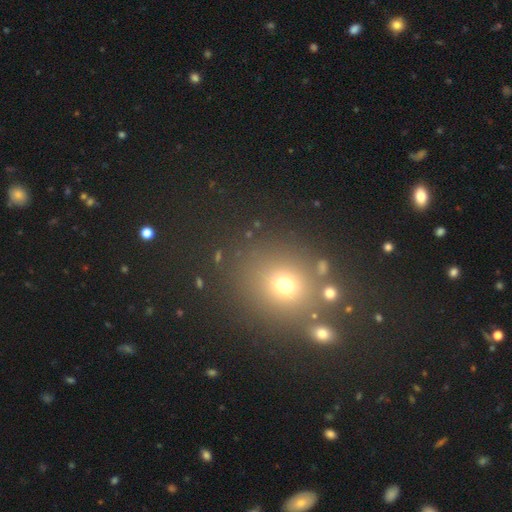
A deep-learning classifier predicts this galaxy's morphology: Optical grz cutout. It shows a smooth galaxy with no disk features (60%) that is round (75%). Merging: none (80%).